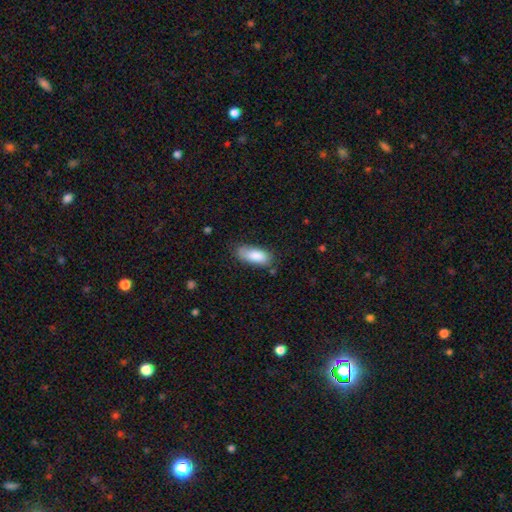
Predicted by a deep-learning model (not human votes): smooth_or_featured: smooth (p=0.86) [alt: featured or disk p=0.07]
how_rounded: in between (p=0.82) [alt: cigar-shaped p=0.16]
merging: none (p=0.71) [alt: minor disturbance p=0.22]